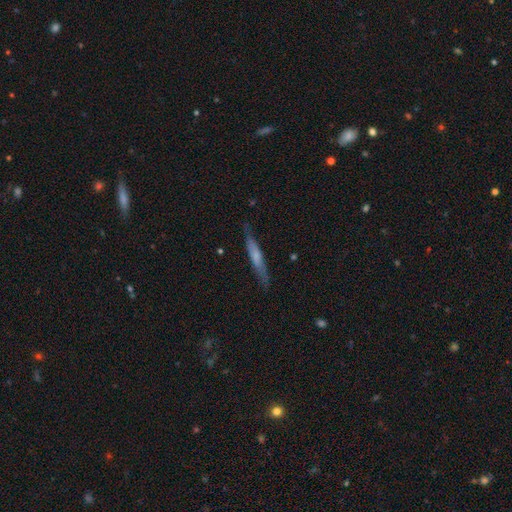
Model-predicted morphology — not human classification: Smooth or featured: smooth — 50% (featured or disk — 44%)
How rounded: cigar-shaped — 92% (in between — 7%)
Merging: none — 79% (minor disturbance — 16%)